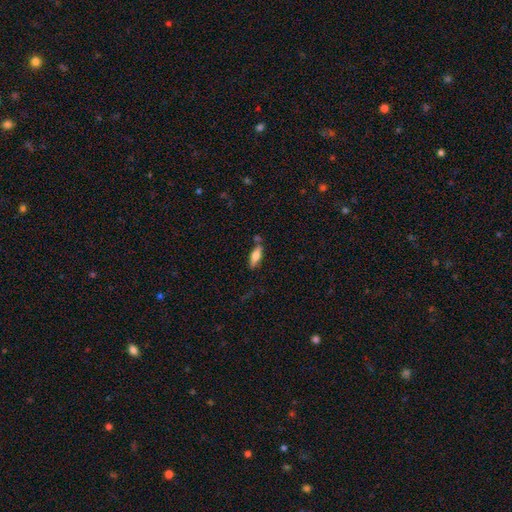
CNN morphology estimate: smooth 68%, featured or disk 26%, star or artifact 7%. Down the decision tree: how rounded — in between (58%); merging — none (71%).